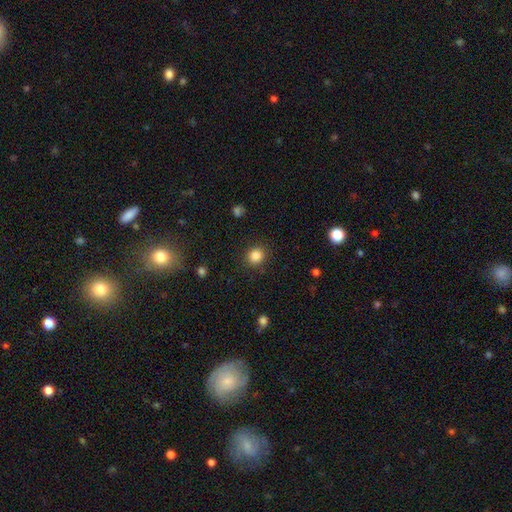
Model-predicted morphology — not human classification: Smooth or featured? Predicted: smooth (p=0.85). How rounded? Predicted: round (p=0.85). Merging? Predicted: none (p=0.89).